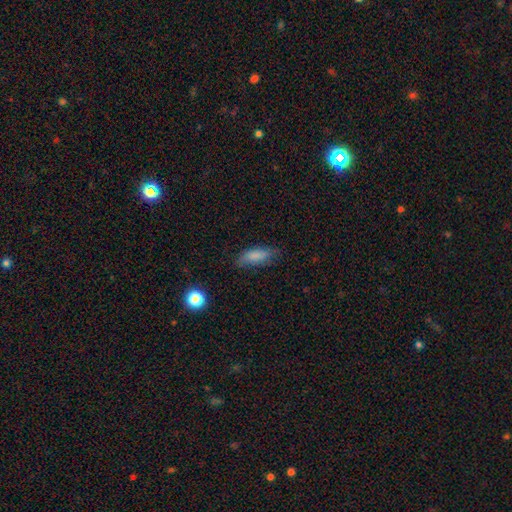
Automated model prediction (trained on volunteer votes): smooth_or_featured: smooth (p=0.80) [alt: featured or disk p=0.12]
how_rounded: in between (p=0.64) [alt: cigar-shaped p=0.33]
merging: none (p=0.70) [alt: minor disturbance p=0.23]